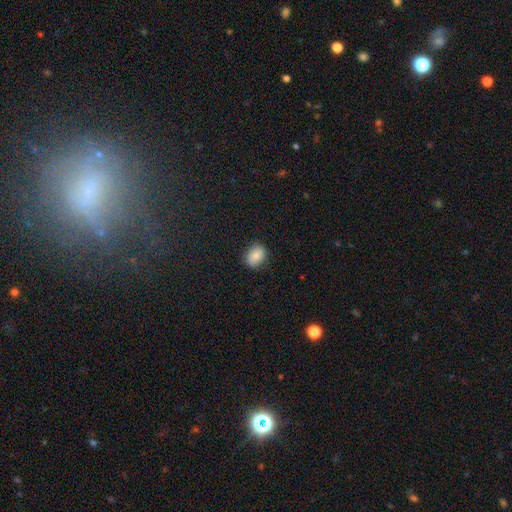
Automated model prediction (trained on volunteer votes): smooth-or-featured: smooth: 79% | featured or disk: 12% | star or artifact: 9%
  how-rounded: in between: 58% | round: 41% | cigar-shaped: 1%
  merging: none: 83% | minor disturbance: 13% | major disturbance: 3% | merger: 1%